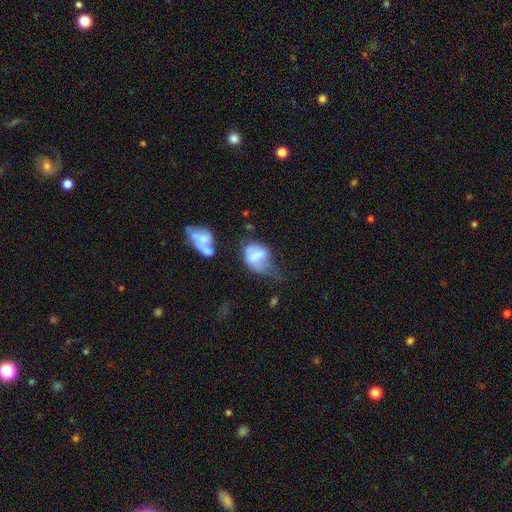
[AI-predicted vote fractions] The model was most divided on "merging": major disturbance: 34%, minor disturbance: 26%, merger: 21%, none: 19%. More confident: how rounded — in between (69%); smooth or featured — smooth (55%).